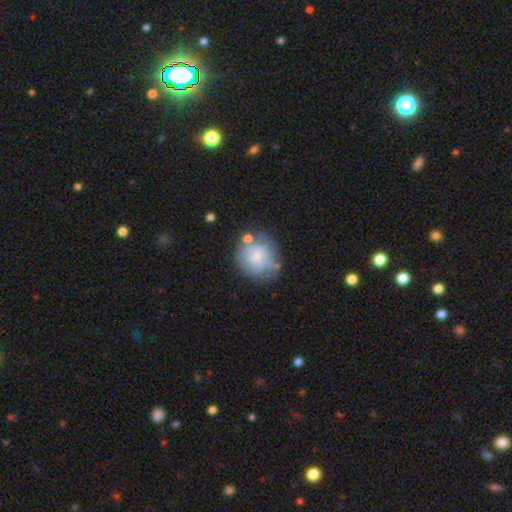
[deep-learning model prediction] A smooth galaxy with no disk features (52%) that is round (77%). Merging: none (59%).